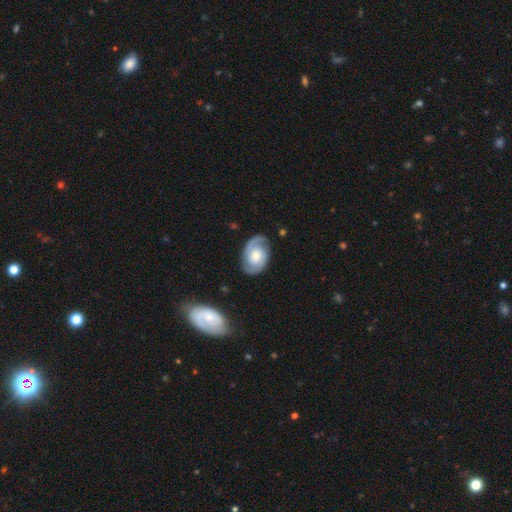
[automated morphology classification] A featured or disk galaxy (80%) with no bar (67%), 2 (89%) tight (48%) spiral arms (95%) and a moderate central bulge (56%).

Vote fractions:
- Smooth or featured? featured or disk: 80% / smooth: 15% / star or artifact: 5%
- Edge-on disk? no: 97% / yes: 3%
- Bar? no: 67% / weak: 27% / strong: 6%
- Spiral arms? yes: 95% / no: 5%
- Spiral winding? tight: 48% / medium: 41% / loose: 11%
- Spiral arm count? 2: 89% / can't tell: 5% / 1: 2% / 3: 1% / 4: 1% / more than 4: 1%
- Bulge size? moderate: 56% / large: 19% / small: 19% / none: 3% / dominant: 2%
- Merging? none: 80% / minor disturbance: 14% / major disturbance: 4% / merger: 2%